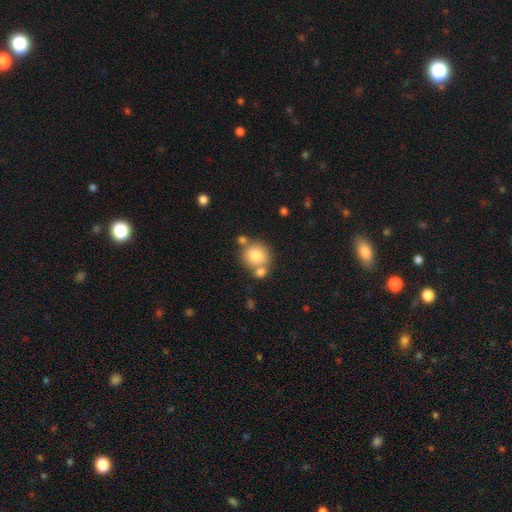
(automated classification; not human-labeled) smooth_or_featured: smooth (p=0.78) [alt: featured or disk p=0.13]
how_rounded: round (p=0.89) [alt: in between p=0.10]
merging: none (p=0.59) [alt: merger p=0.28]